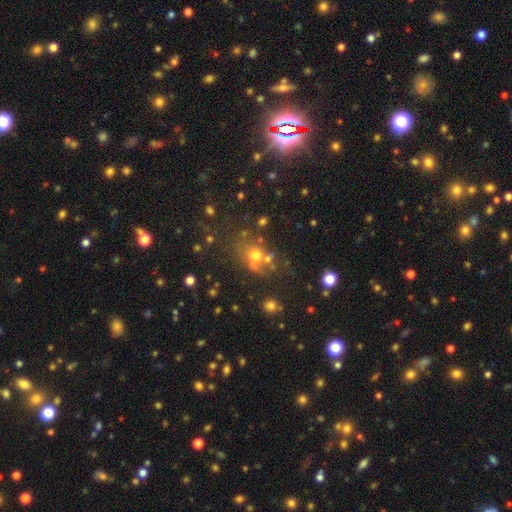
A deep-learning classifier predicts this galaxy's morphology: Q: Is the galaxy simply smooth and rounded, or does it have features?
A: smooth — 58%.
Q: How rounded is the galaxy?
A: round — 67%.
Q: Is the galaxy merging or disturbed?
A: none — 48%.